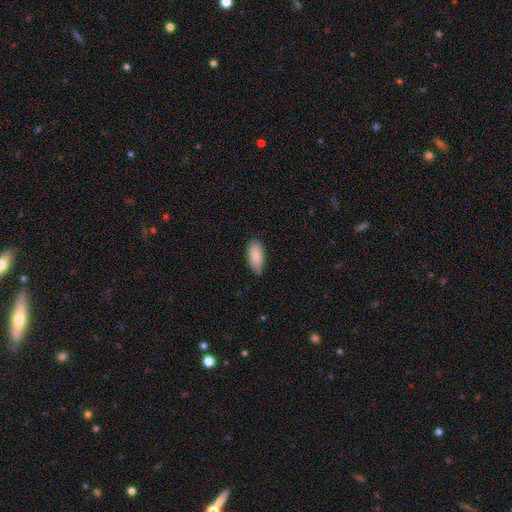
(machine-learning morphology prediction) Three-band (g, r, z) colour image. It shows a smooth galaxy with no disk features (90%) that is in between round and cigar-shaped (88%). Merging: none (85%).